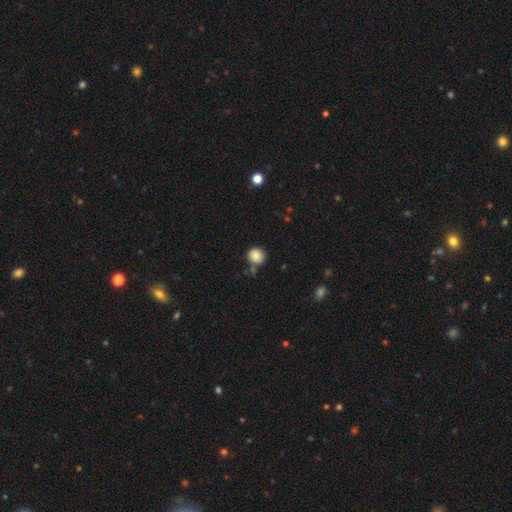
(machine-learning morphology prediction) This is clearly a smooth galaxy (85%). How rounded: clearly round (88%). Merging: likely none (71%).